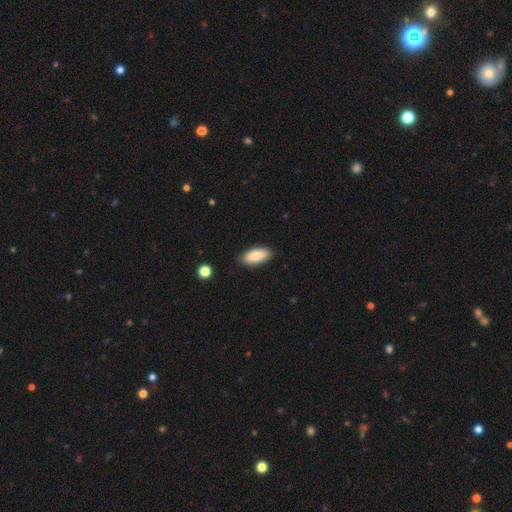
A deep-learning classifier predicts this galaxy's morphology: smooth-or-featured: smooth: 83% | featured or disk: 10% | star or artifact: 6%
  how-rounded: in between: 86% | cigar-shaped: 12% | round: 2%
  merging: none: 87% | minor disturbance: 10% | major disturbance: 2% | merger: 1%